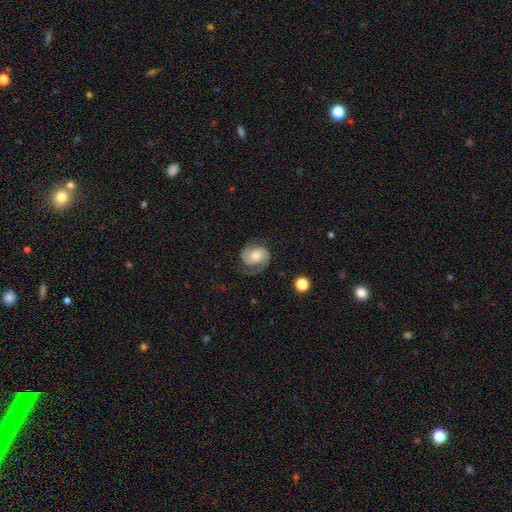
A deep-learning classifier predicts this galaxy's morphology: A featured or disk galaxy (81%) with no bar (70%), 2 (87%) medium (45%) spiral arms (97%) and a moderate central bulge (50%).

Vote fractions:
- Smooth or featured? featured or disk: 81% / smooth: 12% / star or artifact: 6%
- Edge-on disk? no: 98% / yes: 2%
- Bar? no: 70% / weak: 24% / strong: 5%
- Spiral arms? yes: 97% / no: 3%
- Spiral winding? medium: 45% / tight: 39% / loose: 16%
- Spiral arm count? 2: 87% / 1: 6% / can't tell: 4% / 3: 2% / 4: 1% / more than 4: 1%
- Bulge size? moderate: 50% / small: 32% / large: 10% / none: 6% / dominant: 2%
- Merging? none: 71% / minor disturbance: 17% / major disturbance: 10% / merger: 1%